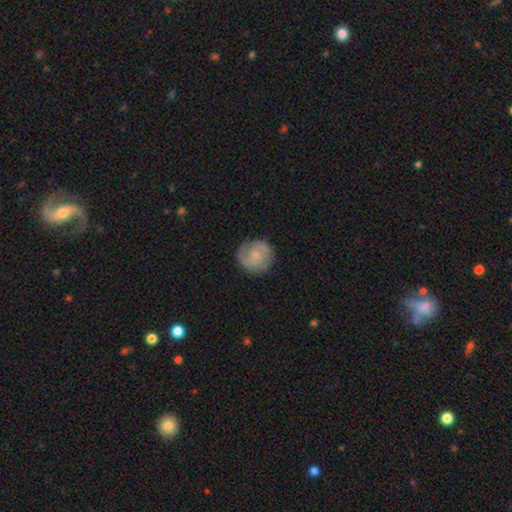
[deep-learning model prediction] smooth_or_featured: smooth (p=0.48) [alt: featured or disk p=0.46]
merging: none (p=0.80) [alt: minor disturbance p=0.15]